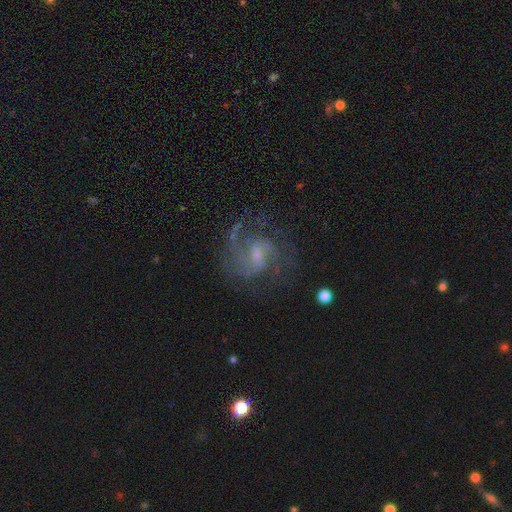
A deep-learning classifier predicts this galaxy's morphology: A featured or disk galaxy (85%) with a weak bar (58%), 2 (44%) medium (53%) spiral arms (95%) and a small central bulge (52%).

Vote fractions:
- Smooth or featured? featured or disk: 85% / smooth: 8% / star or artifact: 7%
- Edge-on disk? no: 98% / yes: 2%
- Bar? weak: 58% / no: 29% / strong: 14%
- Spiral arms? yes: 95% / no: 5%
- Spiral winding? medium: 53% / loose: 25% / tight: 23%
- Spiral arm count? 2: 44% / 3: 18% / can't tell: 18% / 1: 10% / 4: 5% / more than 4: 5%
- Bulge size? small: 52% / moderate: 28% / none: 16% / large: 3% / dominant: 1%
- Merging? none: 61% / major disturbance: 20% / minor disturbance: 17% / merger: 2%